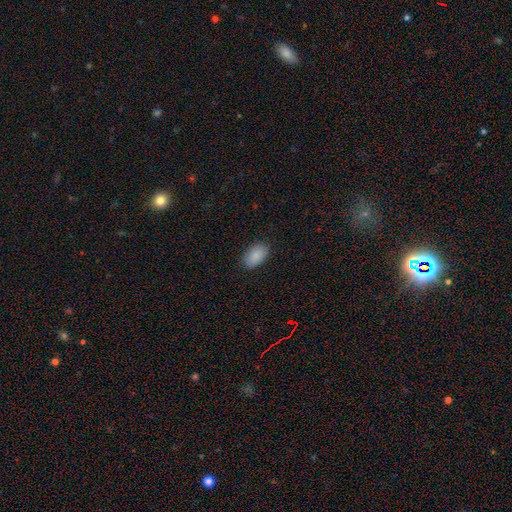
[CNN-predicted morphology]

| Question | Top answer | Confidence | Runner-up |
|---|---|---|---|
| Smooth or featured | smooth | 90% | star or artifact (7%) |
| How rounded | in between | 94% | round (5%) |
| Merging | none | 86% | minor disturbance (10%) |